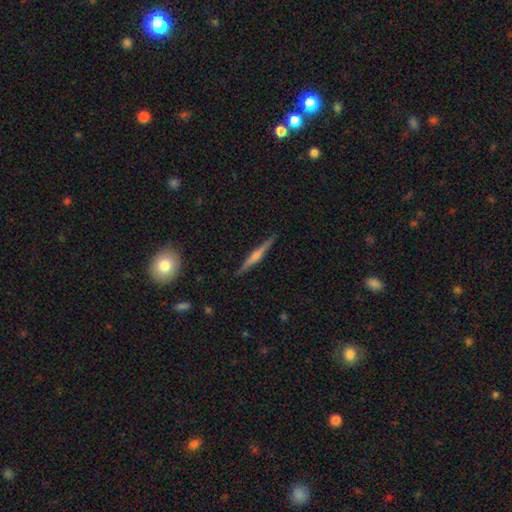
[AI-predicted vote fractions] A featured or disk galaxy (73%) viewed edge-on (98%) with a rounded central bulge (81%). Merging: none (91%).